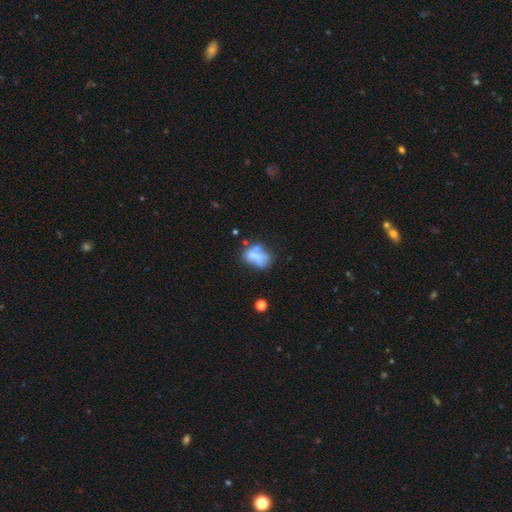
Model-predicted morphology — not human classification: A smooth galaxy with no disk features (54%) that is in between round and cigar-shaped (78%). Merging: none (30%).